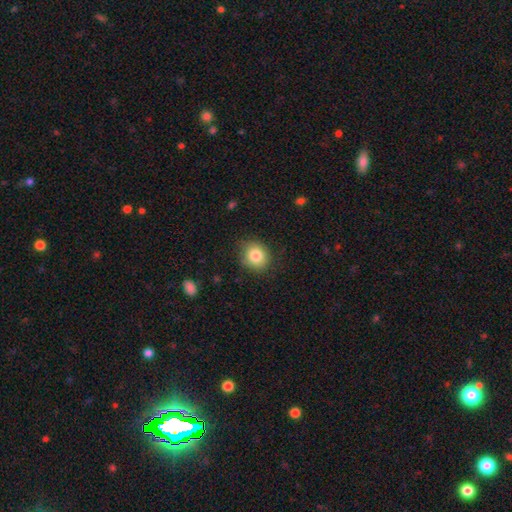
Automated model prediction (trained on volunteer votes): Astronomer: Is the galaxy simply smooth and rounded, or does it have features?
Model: smooth — 82%.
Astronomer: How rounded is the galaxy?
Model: round — 77%.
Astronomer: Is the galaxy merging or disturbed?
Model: none — 83%.